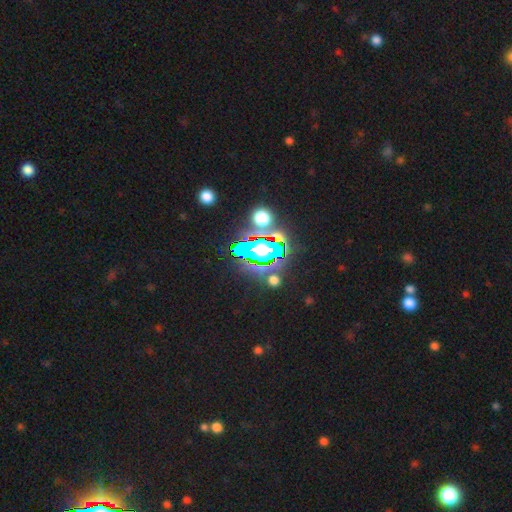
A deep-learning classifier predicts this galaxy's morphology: This is likely a star or artifact rather than a galaxy (80%).